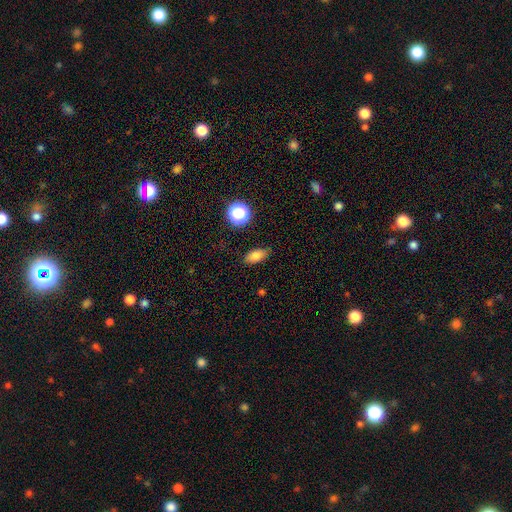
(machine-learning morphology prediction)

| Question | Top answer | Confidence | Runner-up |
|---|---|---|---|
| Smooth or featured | smooth | 82% | star or artifact (11%) |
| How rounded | in between | 85% | round (8%) |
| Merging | none | 83% | minor disturbance (13%) |